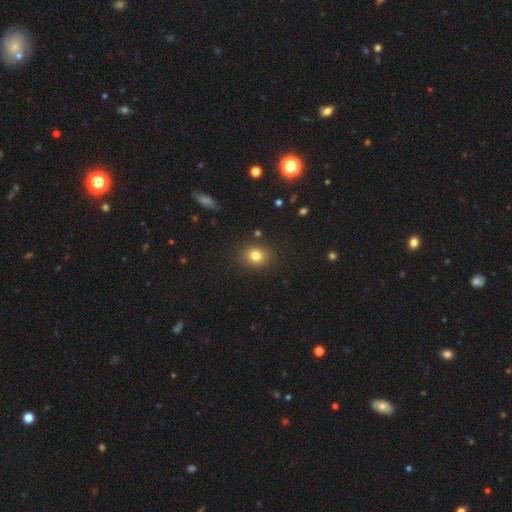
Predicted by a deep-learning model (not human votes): Smooth or featured? smooth (80%)
How rounded? round (66%)
Merging? none (86%)